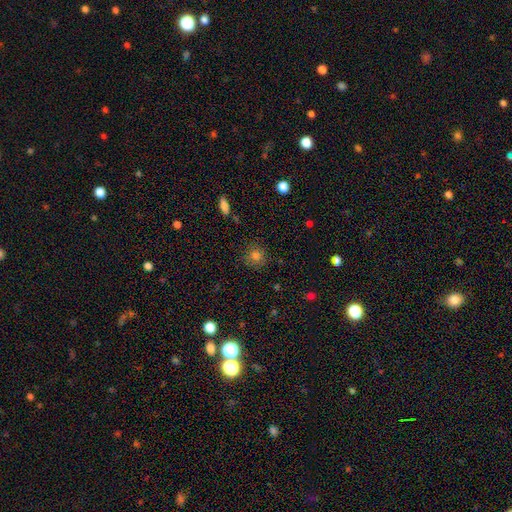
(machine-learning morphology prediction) smooth 78%, star or artifact 15%, featured or disk 7%. Down the decision tree: how rounded — round (88%); merging — none (85%).